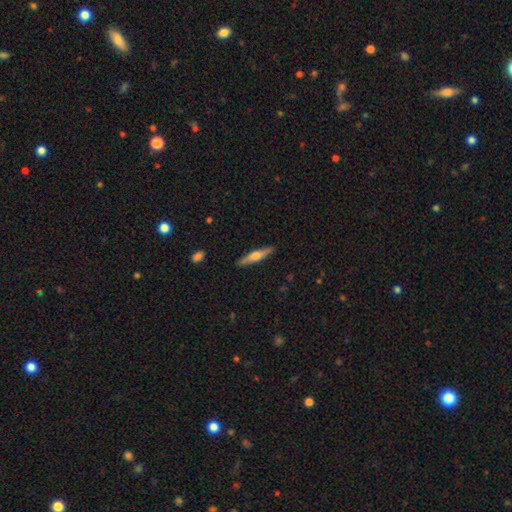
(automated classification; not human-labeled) A featured or disk galaxy (54%) viewed edge-on (96%) with a rounded central bulge (88%). Merging: none (90%).